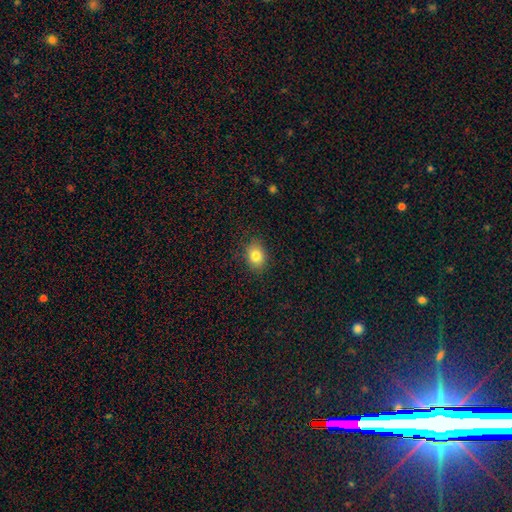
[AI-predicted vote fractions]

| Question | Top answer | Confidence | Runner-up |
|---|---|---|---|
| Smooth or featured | smooth | 83% | star or artifact (10%) |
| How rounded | in between | 65% | round (34%) |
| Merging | none | 87% | minor disturbance (10%) |